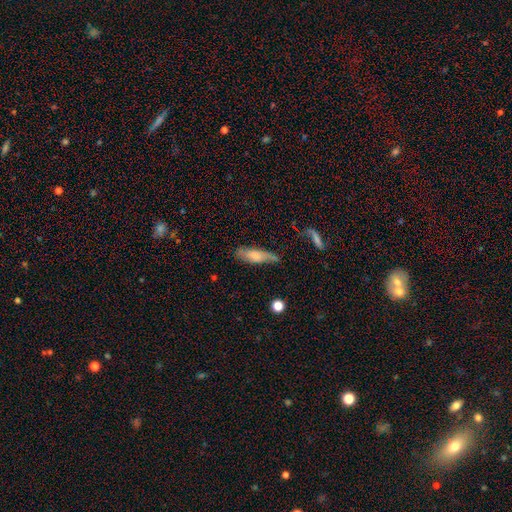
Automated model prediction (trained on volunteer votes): smooth-or-featured: smooth: 66% | featured or disk: 28% | star or artifact: 7%
  how-rounded: cigar-shaped: 54% | in between: 44% | round: 2%
  merging: none: 55% | minor disturbance: 30% | major disturbance: 10% | merger: 5%